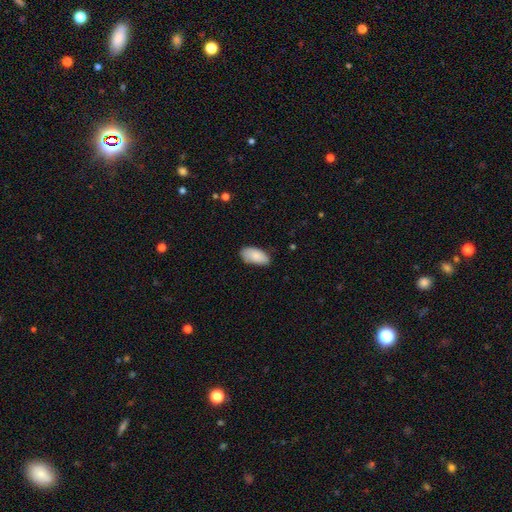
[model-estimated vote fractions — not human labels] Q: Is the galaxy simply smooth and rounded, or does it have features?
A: smooth — 86%.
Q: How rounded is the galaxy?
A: in between — 94%.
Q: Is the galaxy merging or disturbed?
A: none — 75%.